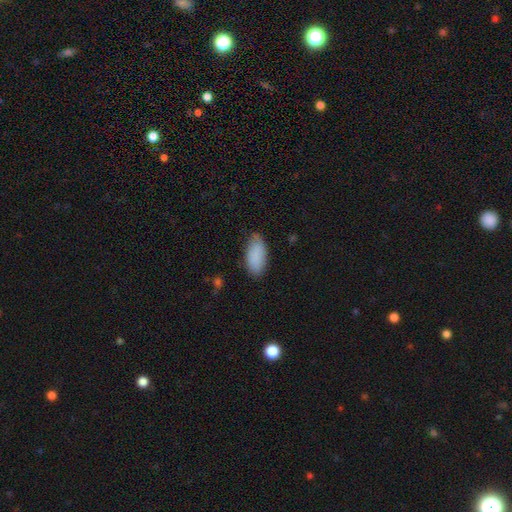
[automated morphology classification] Overall: smooth (88%). How rounded: in between (90%). Merging: none (75%).